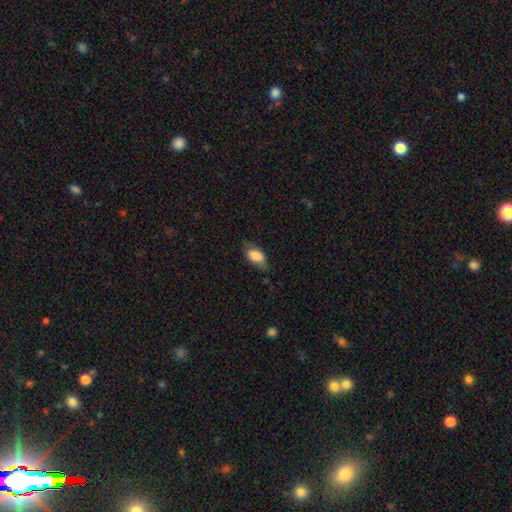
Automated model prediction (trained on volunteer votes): Smooth or featured? smooth (80%)
How rounded? in between (89%)
Merging? none (68%)